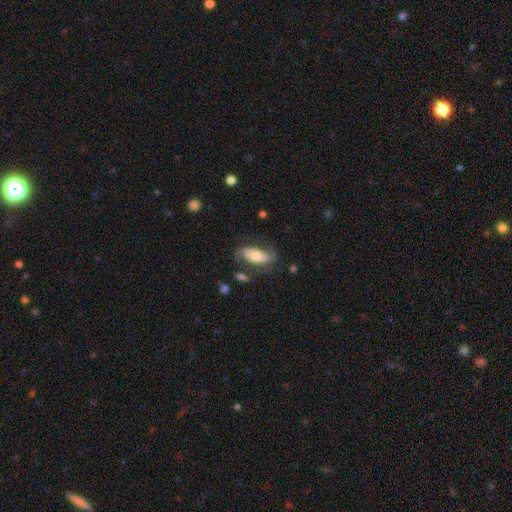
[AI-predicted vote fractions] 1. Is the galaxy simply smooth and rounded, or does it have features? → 58% smooth, 36% featured or disk, 6% star or artifact.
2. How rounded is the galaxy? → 86% in between, 11% cigar-shaped, 3% round.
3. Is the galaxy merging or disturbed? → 62% none, 21% minor disturbance, 12% major disturbance, 4% merger.